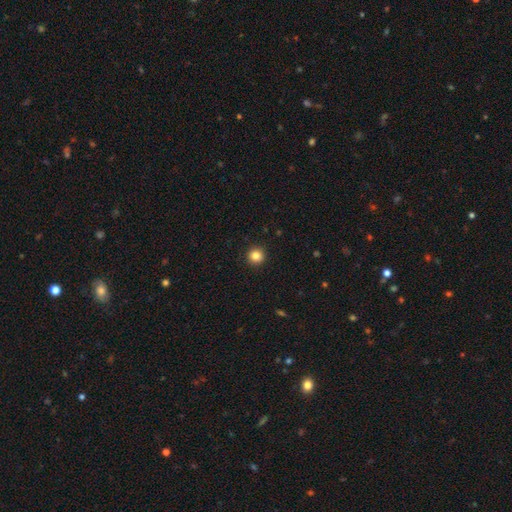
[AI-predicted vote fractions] Overall: smooth (84%). How rounded: round (95%). Merging: none (93%).